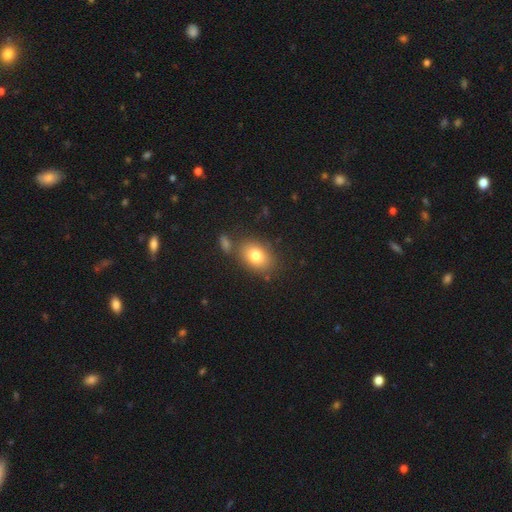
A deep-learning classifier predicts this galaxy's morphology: Smooth or featured? Predicted: smooth (p=0.80). How rounded? Predicted: in between (p=0.72). Merging? Predicted: none (p=0.73).